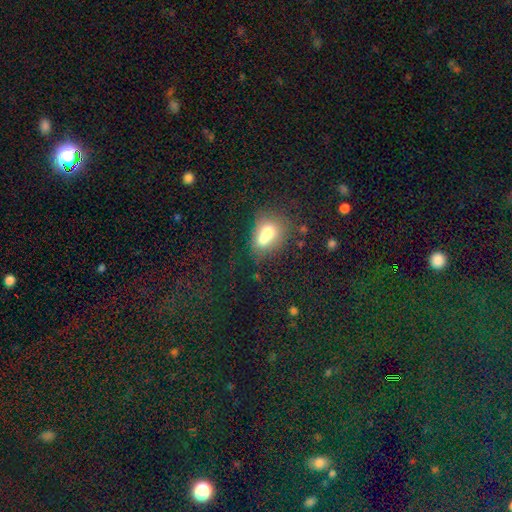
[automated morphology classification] This appears to be a smooth galaxy with no disk features (55%) that is round (52%). Merging: none (79%).